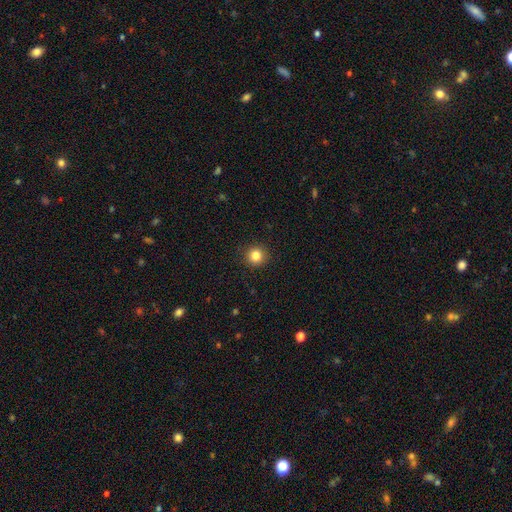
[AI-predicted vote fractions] This is clearly a smooth galaxy (83%). How rounded: clearly round (93%). Merging: clearly none (92%).